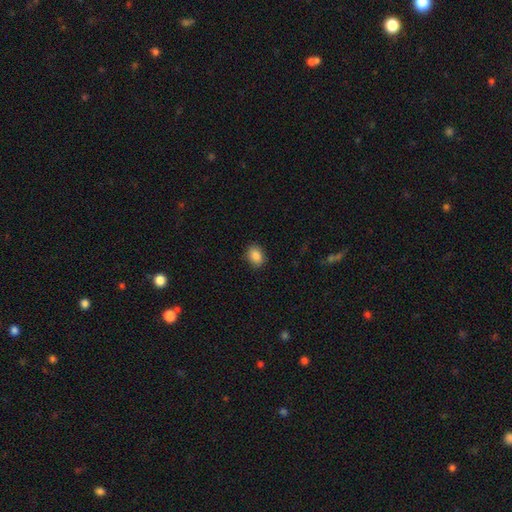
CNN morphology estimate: Smooth or featured? smooth (87%)
How rounded? in between (67%)
Merging? none (89%)